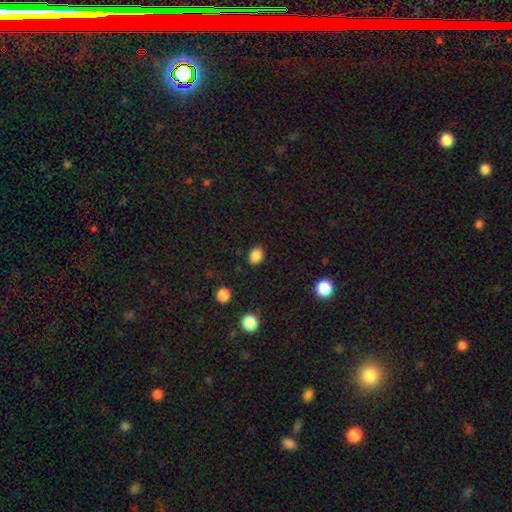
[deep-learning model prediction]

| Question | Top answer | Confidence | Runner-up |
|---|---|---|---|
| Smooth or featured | smooth | 86% | star or artifact (10%) |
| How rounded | in between | 68% | round (31%) |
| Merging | none | 87% | minor disturbance (9%) |